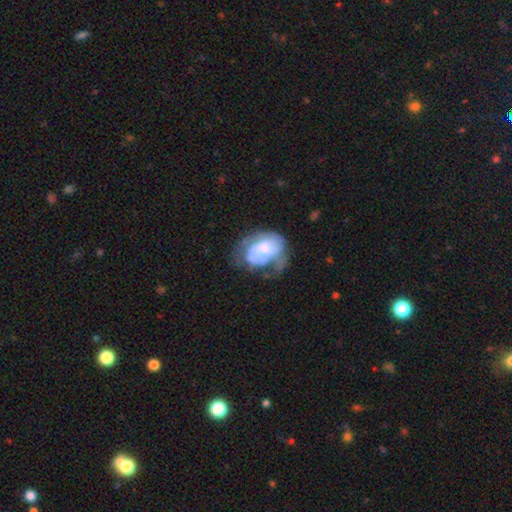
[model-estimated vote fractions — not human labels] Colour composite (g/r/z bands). It shows a featured or disk galaxy (55%) with no bar (66%), spiral arms (57%) and a small central bulge (29%). Merging: major disturbance (43%).